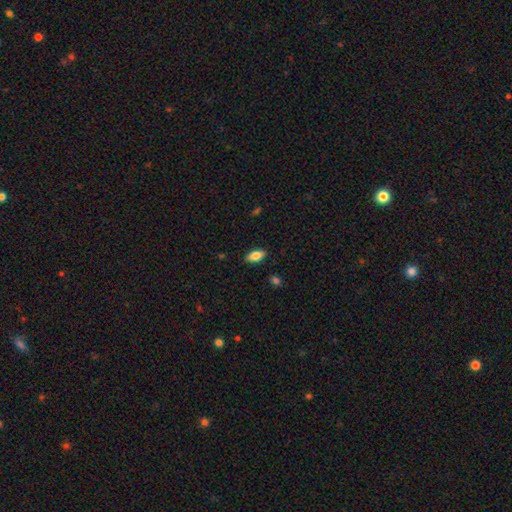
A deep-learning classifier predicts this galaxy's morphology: type=smooth (78%); roundness=in between (88%); merging=none (88%).